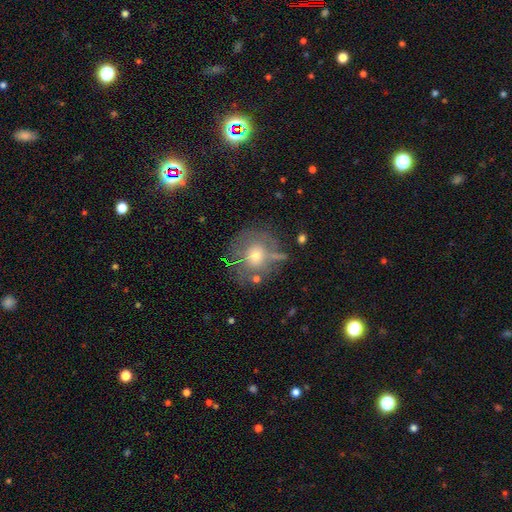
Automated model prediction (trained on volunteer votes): A smooth galaxy with no disk features (53%) that is round (86%).

Vote fractions:
- Smooth or featured? smooth: 53% / featured or disk: 33% / star or artifact: 14%
- How rounded? round: 86% / in between: 13% / cigar-shaped: 1%
- Merging? none: 64% / minor disturbance: 19% / major disturbance: 11% / merger: 6%